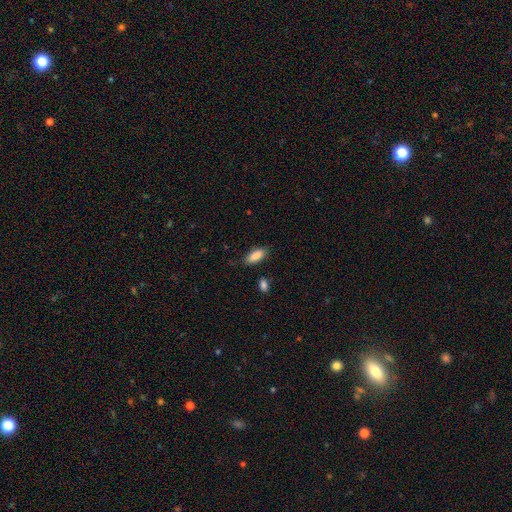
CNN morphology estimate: This appears to be a smooth galaxy with no disk features (88%) that is in between round and cigar-shaped (82%). Merging: none (81%).